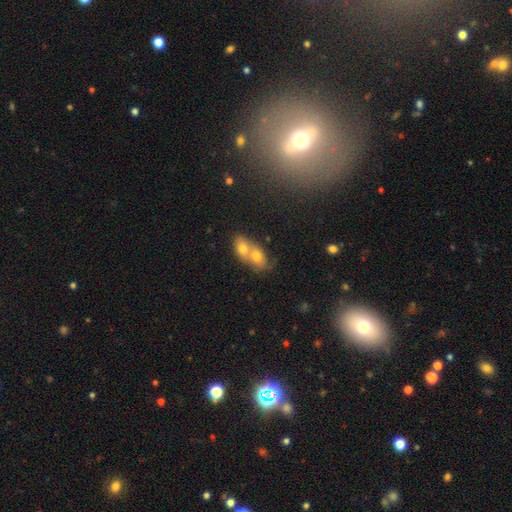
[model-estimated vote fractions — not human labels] A smooth galaxy with no disk features (59%) that is in between round and cigar-shaped (66%). Merging: merger (73%).